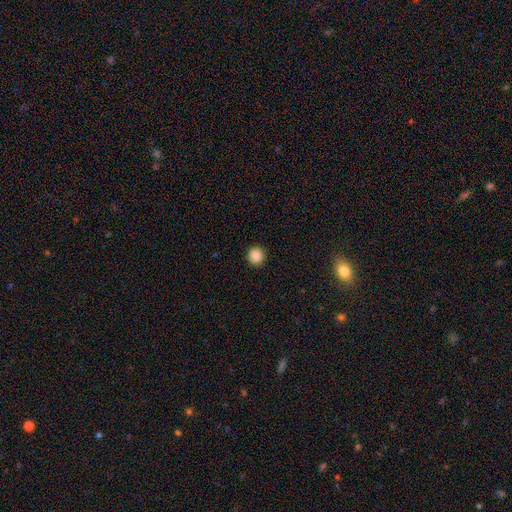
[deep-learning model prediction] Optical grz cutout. It shows a smooth galaxy with no disk features (88%) that is round (91%). Merging: none (92%).